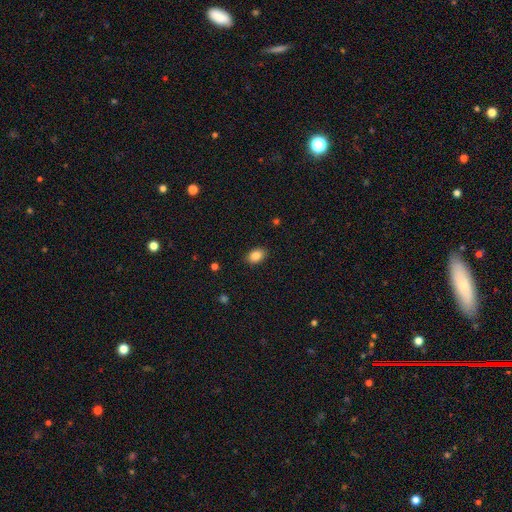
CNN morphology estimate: Smooth or featured: smooth — 87% (star or artifact — 9%)
How rounded: in between — 83% (round — 15%)
Merging: none — 88% (minor disturbance — 8%)